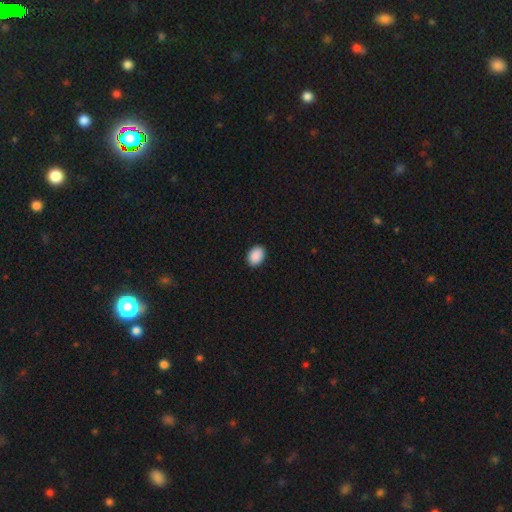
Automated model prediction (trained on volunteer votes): smooth_or_featured: smooth (p=0.91) [alt: star or artifact p=0.07]
how_rounded: in between (p=0.75) [alt: round p=0.24]
merging: none (p=0.90) [alt: minor disturbance p=0.07]